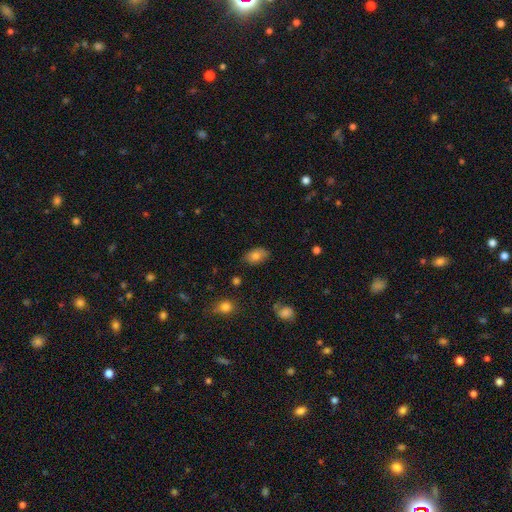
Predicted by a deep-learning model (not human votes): Smooth or featured? Predicted: smooth (p=0.79). How rounded? Predicted: in between (p=0.89). Merging? Predicted: none (p=0.79).